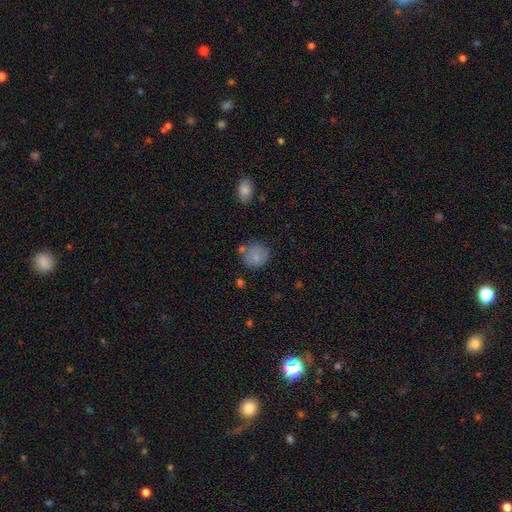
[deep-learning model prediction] Smooth or featured? smooth (80%)
How rounded? round (85%)
Merging? none (70%)